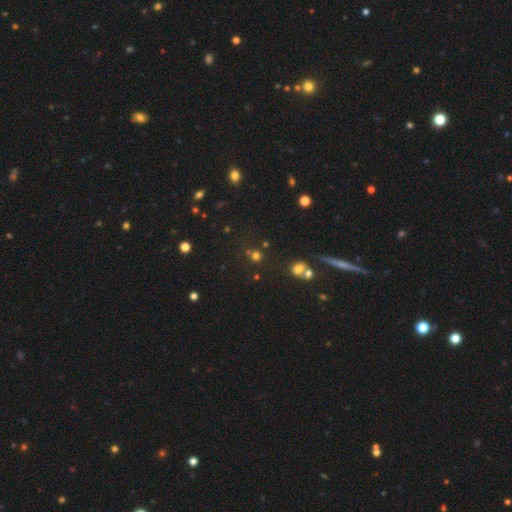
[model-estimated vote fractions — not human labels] A smooth galaxy with no disk features (64%) that is round (89%).

Vote fractions:
- Smooth or featured? smooth: 64% / star or artifact: 28% / featured or disk: 8%
- How rounded? round: 89% / in between: 10% / cigar-shaped: 1%
- Merging? none: 68% / merger: 18% / minor disturbance: 9% / major disturbance: 5%